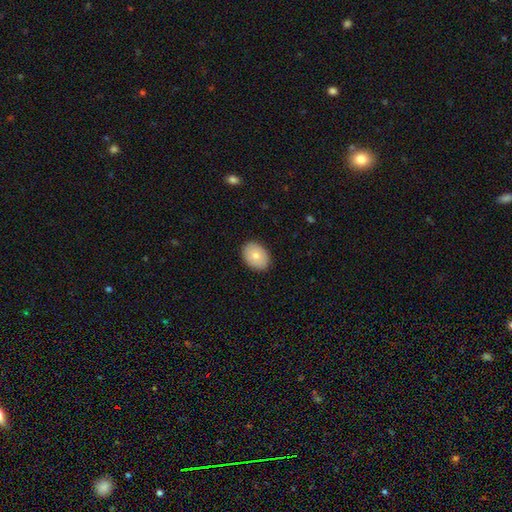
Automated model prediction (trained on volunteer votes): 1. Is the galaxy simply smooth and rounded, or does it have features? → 79% smooth, 14% featured or disk, 7% star or artifact.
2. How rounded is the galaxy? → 78% in between, 21% round, 1% cigar-shaped.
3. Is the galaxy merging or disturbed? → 89% none, 8% minor disturbance, 2% major disturbance, 1% merger.